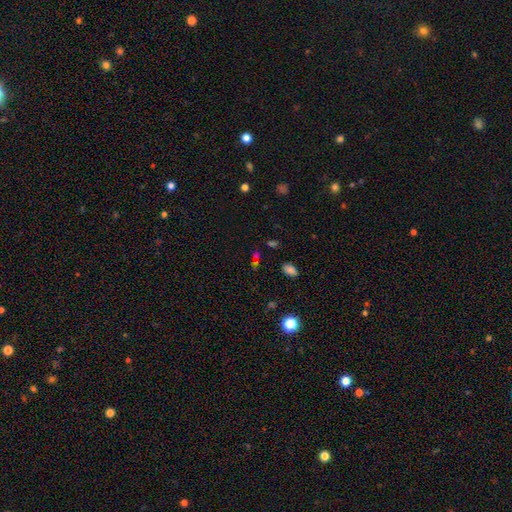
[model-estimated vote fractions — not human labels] Smooth or featured: smooth — 51% (star or artifact — 39%)
How rounded: in between — 58% (round — 36%)
Merging: none — 55% (merger — 25%)